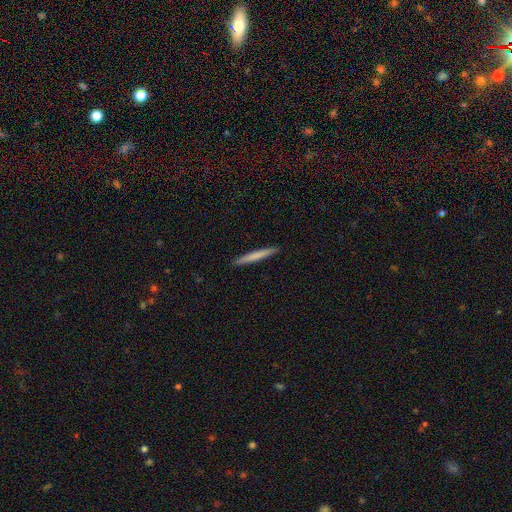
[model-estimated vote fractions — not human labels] Smooth or featured: smooth — 73% (featured or disk — 22%)
How rounded: cigar-shaped — 97% (in between — 2%)
Merging: none — 93% (minor disturbance — 5%)